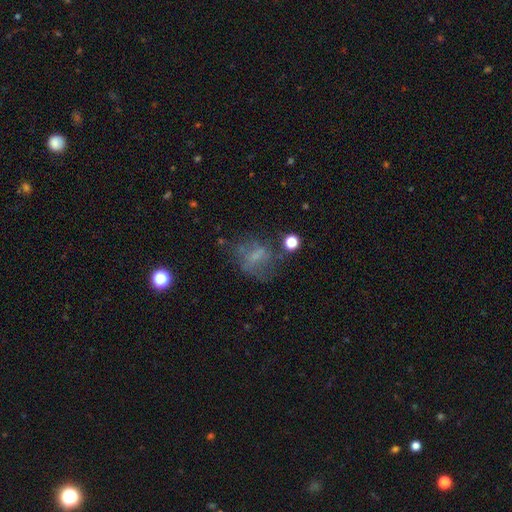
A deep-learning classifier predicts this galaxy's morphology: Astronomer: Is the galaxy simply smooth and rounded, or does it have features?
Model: smooth — 43% (runner-up: featured or disk, 37%).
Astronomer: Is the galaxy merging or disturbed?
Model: none — 46% (runner-up: major disturbance, 27%).